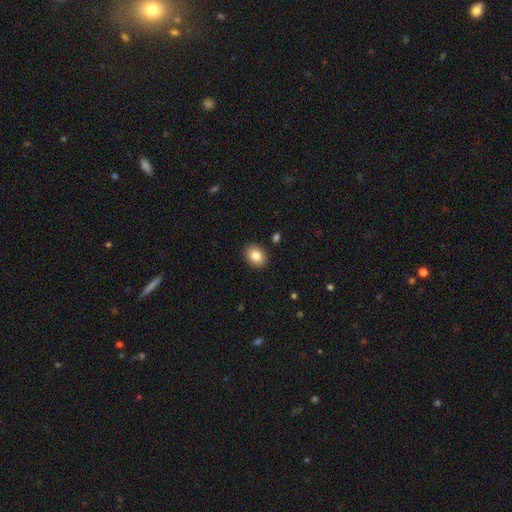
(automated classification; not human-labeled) Smooth or featured? Predicted: smooth (p=0.85). How rounded? Predicted: in between (p=0.59). Merging? Predicted: none (p=0.89).